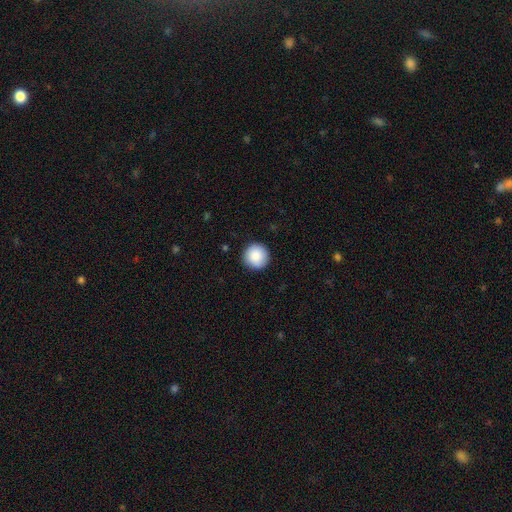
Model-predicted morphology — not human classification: Smooth or featured: smooth — 89% (star or artifact — 7%)
How rounded: round — 96% (in between — 3%)
Merging: none — 92% (minor disturbance — 6%)